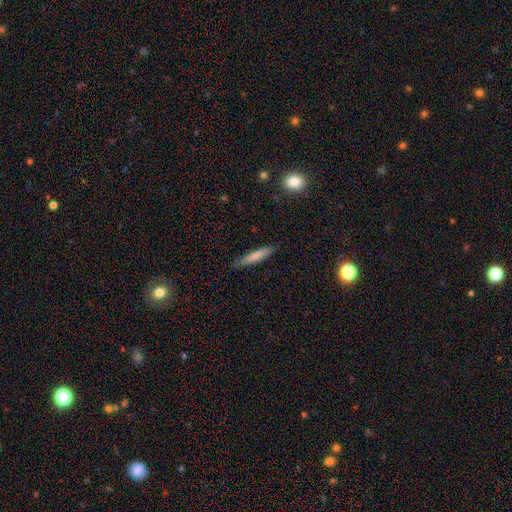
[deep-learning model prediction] smooth-or-featured: smooth: 78% | featured or disk: 16% | star or artifact: 6%
  how-rounded: cigar-shaped: 88% | in between: 11% | round: 1%
  merging: none: 79% | minor disturbance: 17% | major disturbance: 3% | merger: 1%